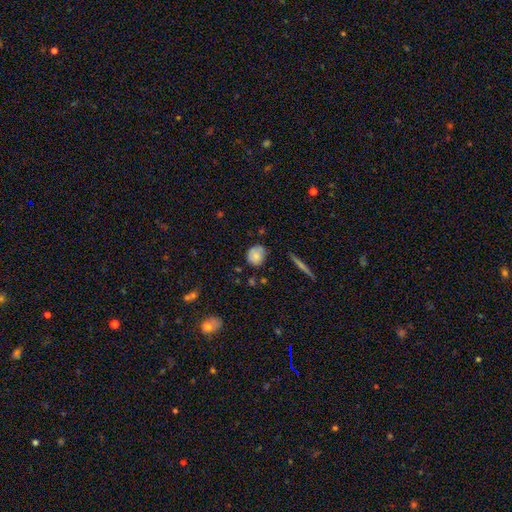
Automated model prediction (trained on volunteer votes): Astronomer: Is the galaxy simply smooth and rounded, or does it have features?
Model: smooth — 77%.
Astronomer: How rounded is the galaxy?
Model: round — 74%.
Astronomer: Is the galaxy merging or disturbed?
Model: none — 66%.